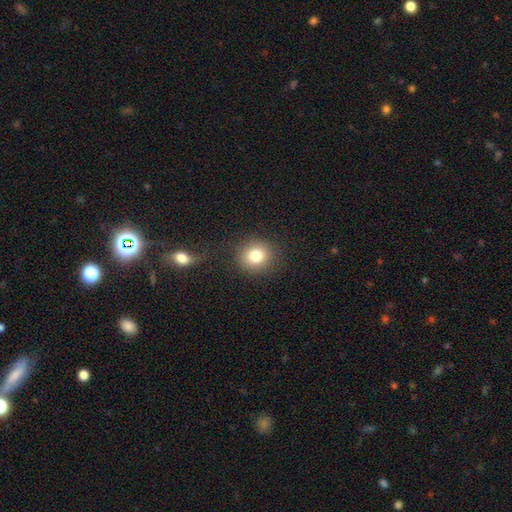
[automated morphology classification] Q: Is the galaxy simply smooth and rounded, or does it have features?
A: smooth — 80%.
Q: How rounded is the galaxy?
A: round — 84%.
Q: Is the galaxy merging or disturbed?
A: none — 83%.